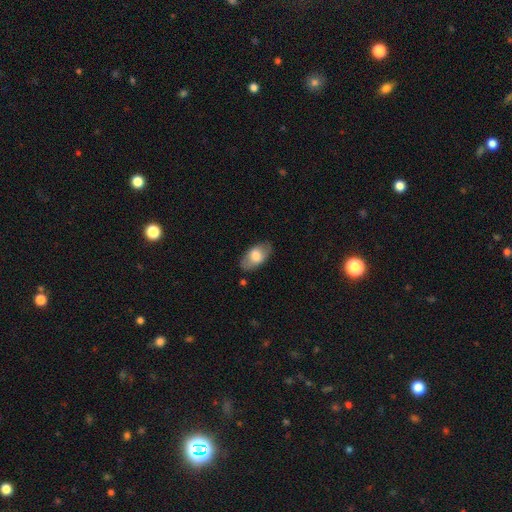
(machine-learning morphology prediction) type=smooth (67%); roundness=in between (93%); merging=none (80%).